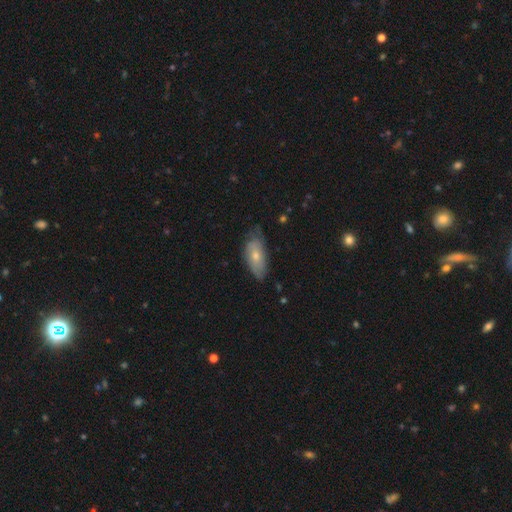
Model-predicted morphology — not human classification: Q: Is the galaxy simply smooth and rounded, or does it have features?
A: smooth — 56%.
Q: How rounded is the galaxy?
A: in between — 86%.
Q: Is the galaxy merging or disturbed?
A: none — 59%.